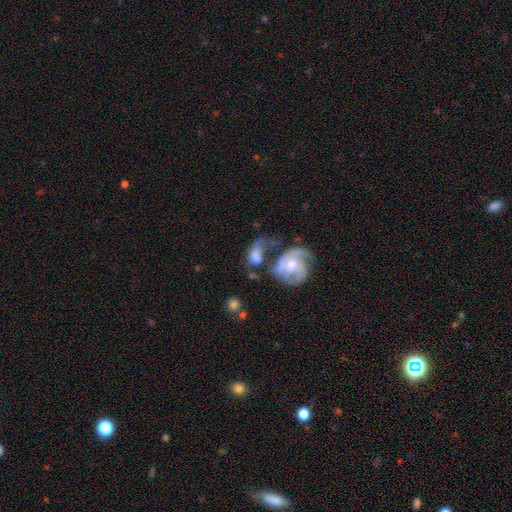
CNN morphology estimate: Smooth or featured? Predicted: smooth (p=0.49). Merging? Predicted: merger (p=0.36).